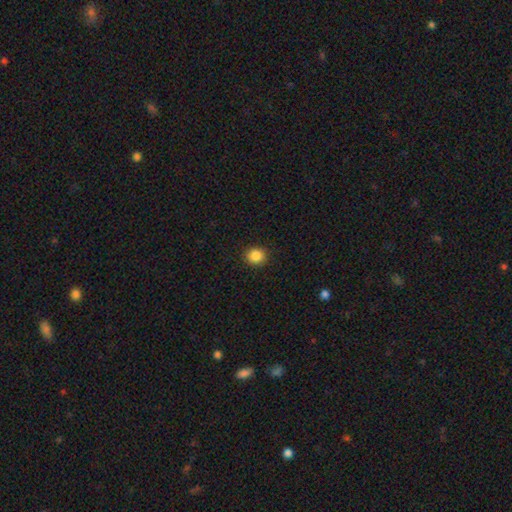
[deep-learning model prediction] This is clearly a smooth galaxy (87%). How rounded: likely round (79%). Merging: clearly none (91%).